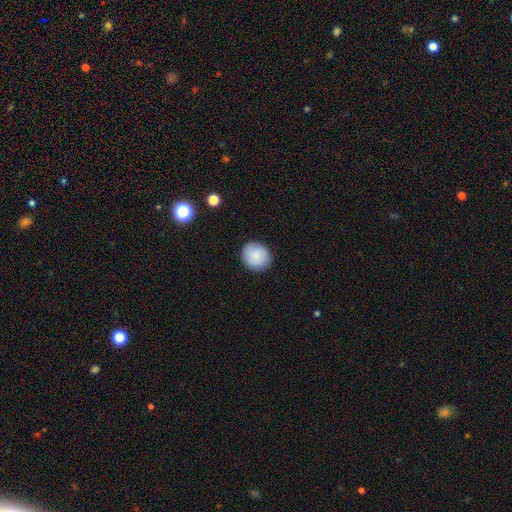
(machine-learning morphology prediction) type=smooth (82%); roundness=round (82%); merging=none (88%).